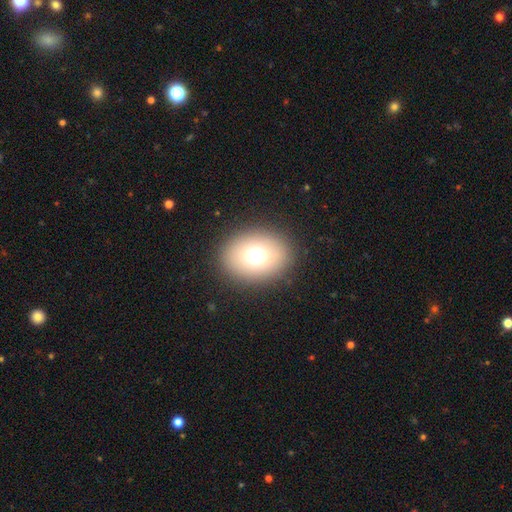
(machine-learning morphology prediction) A smooth galaxy with no disk features (71%) that is in between round and cigar-shaped (52%).

Vote fractions:
- Smooth or featured? smooth: 71% / star or artifact: 15% / featured or disk: 14%
- How rounded? in between: 52% / round: 47% / cigar-shaped: 1%
- Merging? none: 87% / minor disturbance: 8% / major disturbance: 4% / merger: 1%